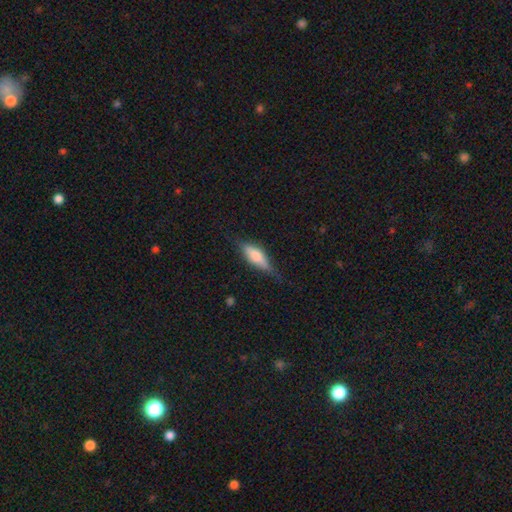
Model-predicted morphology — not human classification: Q: Smooth or featured?
A: smooth (54%); runner-up: featured or disk (40%)
Q: How rounded?
A: in between (49%); runner-up: cigar-shaped (48%)
Q: Merging?
A: none (72%); runner-up: minor disturbance (21%)